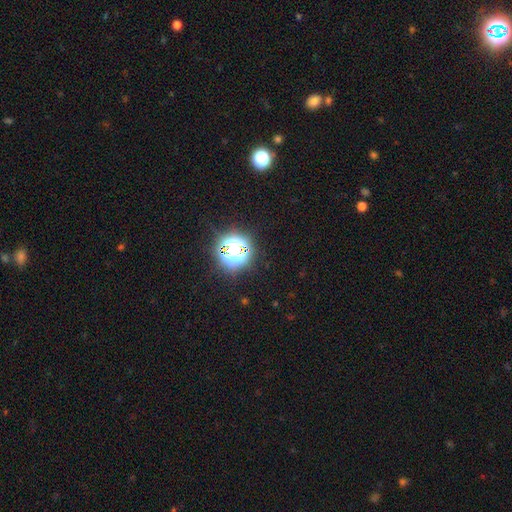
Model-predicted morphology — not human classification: Smooth or featured: star or artifact — 80% (smooth — 15%)